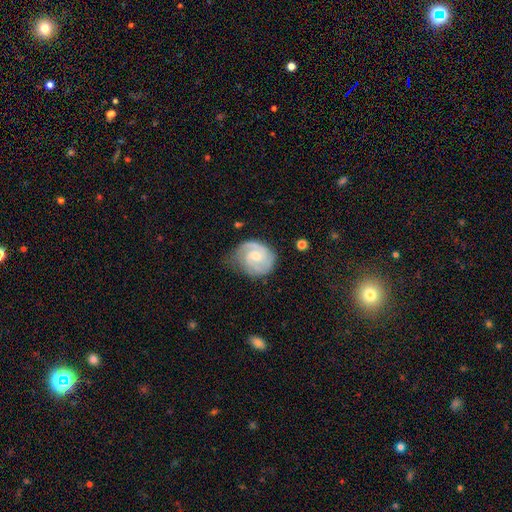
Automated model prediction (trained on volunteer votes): The model was most divided on "bulge size": moderate: 50%, small: 44%, none: 3%, large: 2%, dominant: 1%. More confident: edge-on disk — no (98%); spiral arms — yes (97%); smooth or featured — featured or disk (84%); spiral arm count — 2 (69%); merging — none (65%); spiral winding — tight (58%); bar — no (53%).